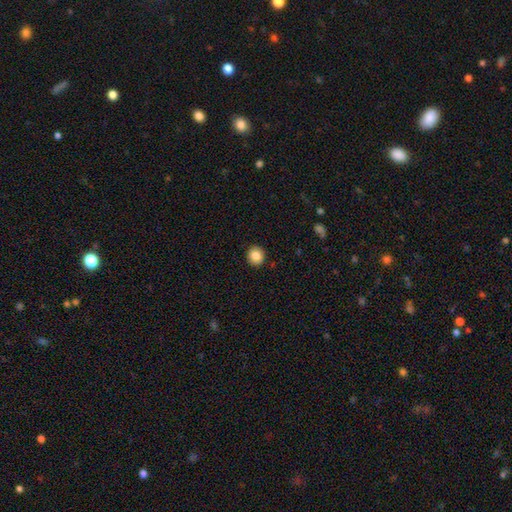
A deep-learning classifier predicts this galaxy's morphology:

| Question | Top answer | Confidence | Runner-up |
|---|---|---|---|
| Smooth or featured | smooth | 86% | star or artifact (9%) |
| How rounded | round | 89% | in between (10%) |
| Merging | none | 92% | minor disturbance (6%) |